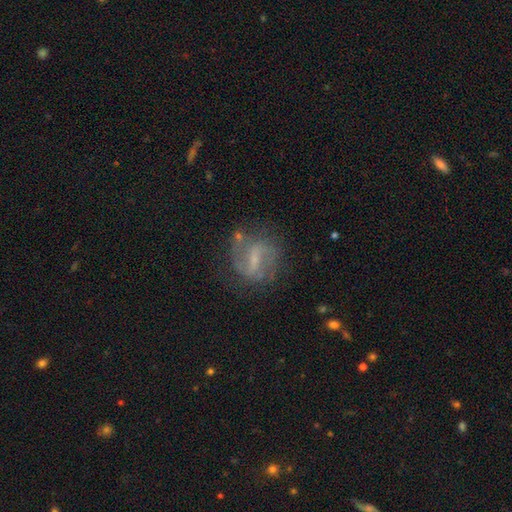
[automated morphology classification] smooth-or-featured: featured or disk: 75% | smooth: 16% | star or artifact: 8%
  disk-edge-on: no: 96% | yes: 4%
    bar: weak: 47% | strong: 39% | no: 13%
    has-spiral-arms: yes: 86% | no: 14%
      spiral-winding: medium: 46% | loose: 33% | tight: 20%
      spiral-arm-count: 2: 80% | can't tell: 11% | 1: 4% | 3: 3% | 4: 1% | more than 4: 1%
    bulge-size: small: 52% | none: 25% | moderate: 20% | large: 2% | dominant: 1%
  merging: none: 68% | minor disturbance: 18% | major disturbance: 10% | merger: 3%